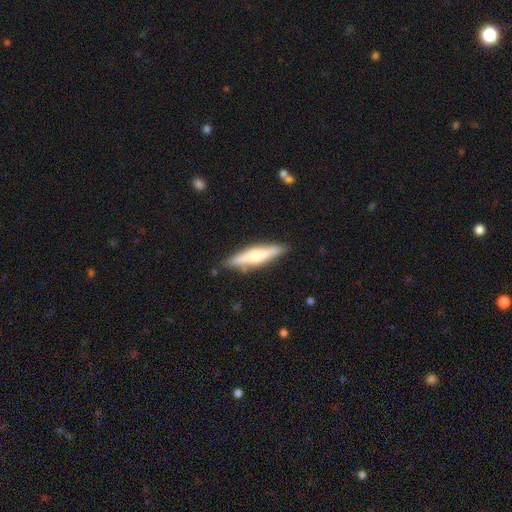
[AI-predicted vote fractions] smooth-or-featured: featured or disk: 50% | smooth: 44% | star or artifact: 6%
  merging: none: 86% | minor disturbance: 10% | major disturbance: 2% | merger: 2%